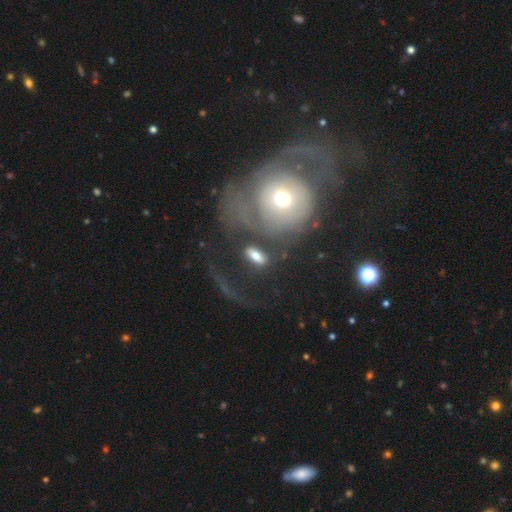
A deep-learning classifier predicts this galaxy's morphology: Smooth or featured? smooth (64%)
How rounded? in between (85%)
Merging? none (49%)